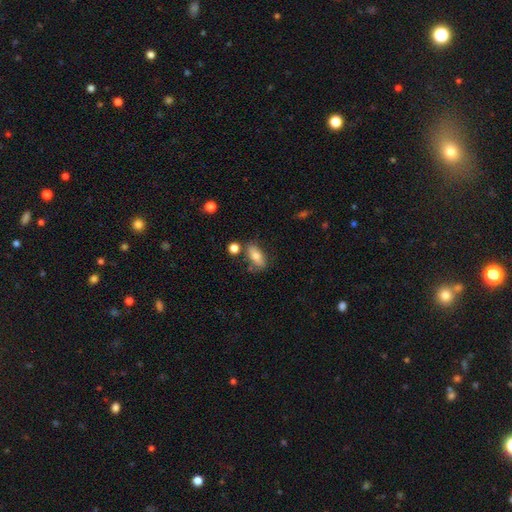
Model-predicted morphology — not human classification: Smooth or featured: smooth — 77% (featured or disk — 16%)
How rounded: in between — 79% (cigar-shaped — 16%)
Merging: none — 71% (minor disturbance — 17%)